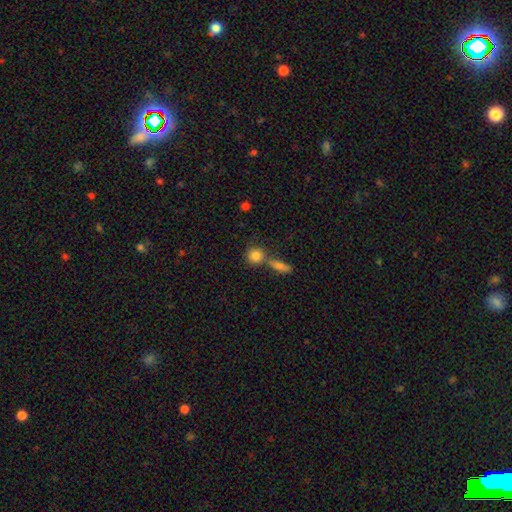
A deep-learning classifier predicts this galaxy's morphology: Smooth or featured: smooth — 82% (star or artifact — 9%)
How rounded: round — 85% (in between — 12%)
Merging: none — 58% (merger — 29%)